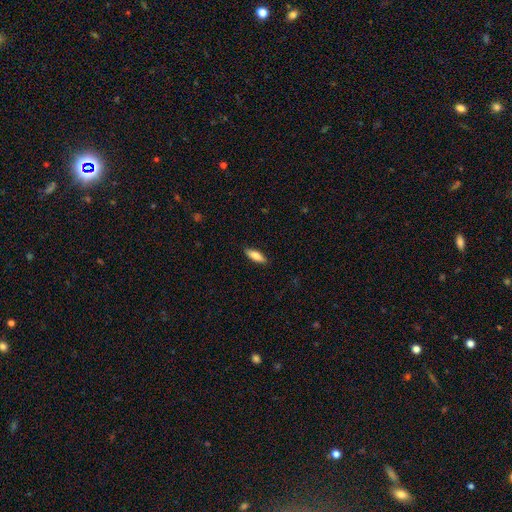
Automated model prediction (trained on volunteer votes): Smooth or featured? Predicted: smooth (p=0.79). How rounded? Predicted: in between (p=0.52). Merging? Predicted: none (p=0.87).